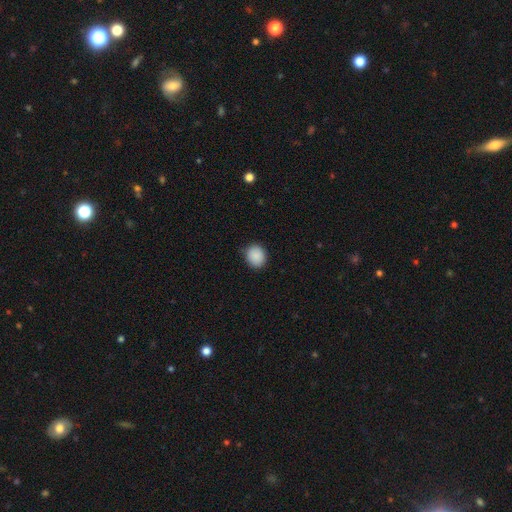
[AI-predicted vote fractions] A smooth galaxy with no disk features (89%) that is round (76%). Merging: none (87%).